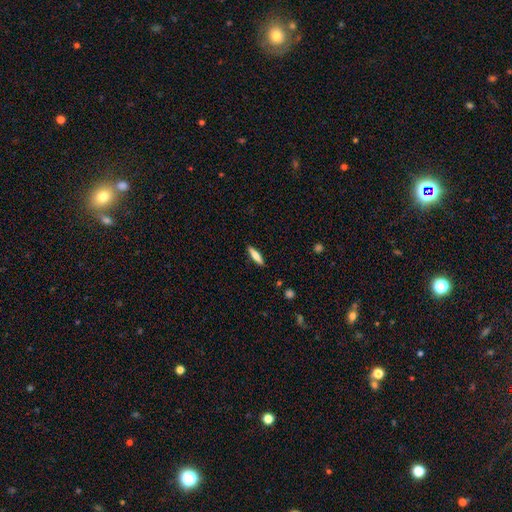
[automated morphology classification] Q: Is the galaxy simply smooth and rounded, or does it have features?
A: smooth — 73%.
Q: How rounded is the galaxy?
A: cigar-shaped — 72%.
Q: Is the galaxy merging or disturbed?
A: none — 89%.